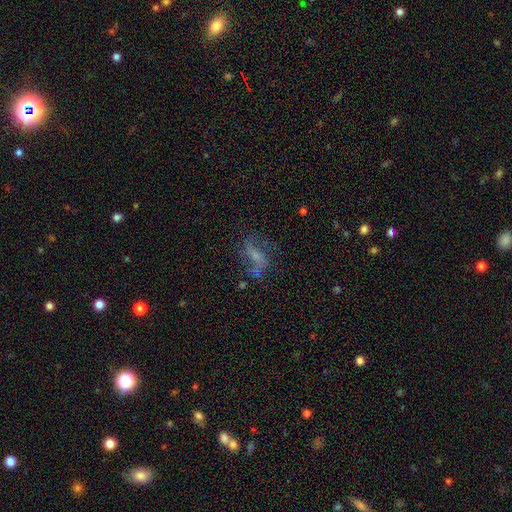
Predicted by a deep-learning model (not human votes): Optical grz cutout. It shows a featured or disk galaxy (54%). Merging: none (52%).